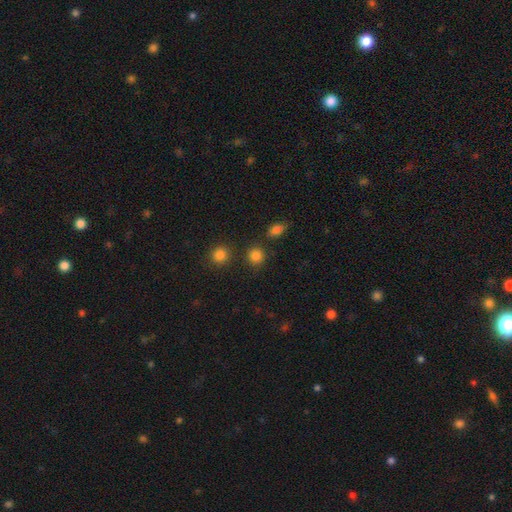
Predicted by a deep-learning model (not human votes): Q: Smooth or featured?
A: smooth (84%); runner-up: star or artifact (12%)
Q: How rounded?
A: round (89%); runner-up: in between (10%)
Q: Merging?
A: none (84%); runner-up: minor disturbance (8%)